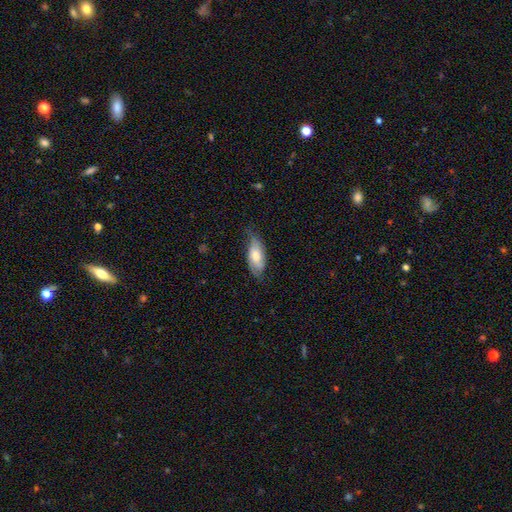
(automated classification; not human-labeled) Smooth or featured?
  - smooth: 52% *
  - featured or disk: 42%
  - star or artifact: 6%
How rounded?
  - in between: 82% *
  - cigar-shaped: 15%
  - round: 3%
Merging?
  - none: 57% *
  - minor disturbance: 32%
  - major disturbance: 10%
  - merger: 1%